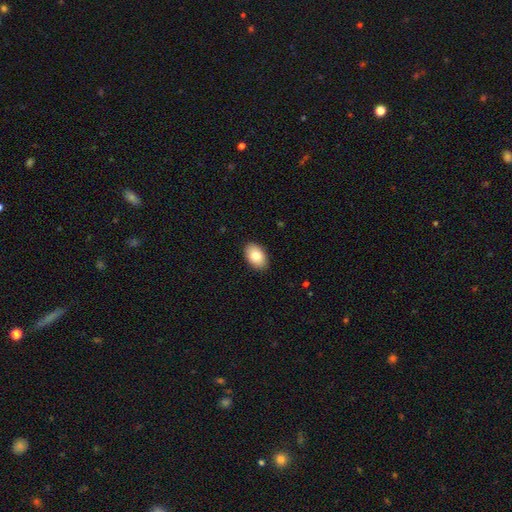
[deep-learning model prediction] A smooth galaxy with no disk features (83%) that is in between round and cigar-shaped (91%). Merging: none (89%).